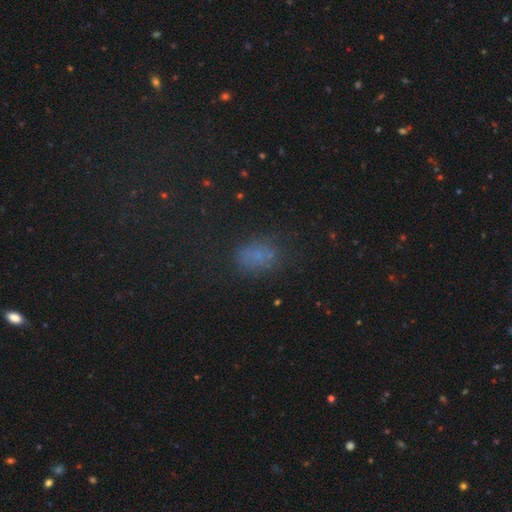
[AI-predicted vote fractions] Smooth or featured: smooth — 63% (star or artifact — 26%)
How rounded: in between — 72% (round — 26%)
Merging: none — 68% (minor disturbance — 19%)